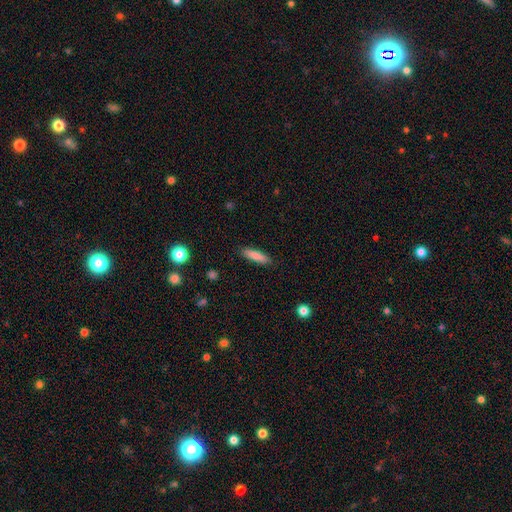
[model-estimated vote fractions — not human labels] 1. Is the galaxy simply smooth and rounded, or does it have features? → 83% smooth, 11% featured or disk, 7% star or artifact.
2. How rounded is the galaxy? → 74% cigar-shaped, 24% in between, 2% round.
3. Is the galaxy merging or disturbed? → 89% none, 8% minor disturbance, 2% major disturbance, 1% merger.